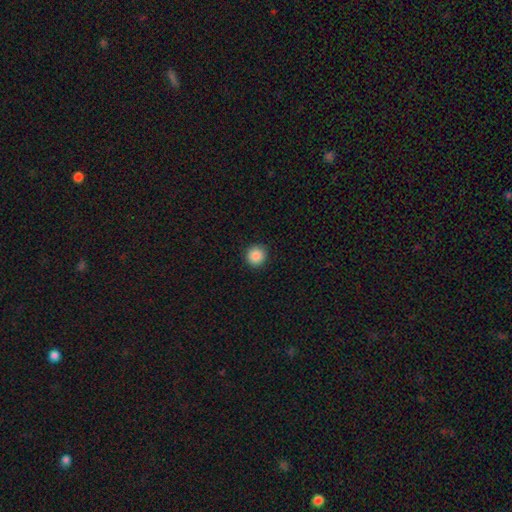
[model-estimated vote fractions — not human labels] smooth-or-featured: smooth: 88% | star or artifact: 9% | featured or disk: 3%
  how-rounded: round: 93% | in between: 6% | cigar-shaped: 1%
  merging: none: 92% | minor disturbance: 5% | major disturbance: 2% | merger: 1%